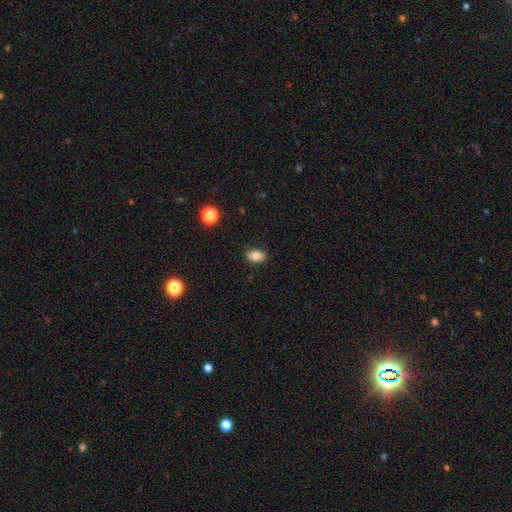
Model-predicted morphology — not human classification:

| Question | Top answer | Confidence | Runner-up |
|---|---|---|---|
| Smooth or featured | smooth | 79% | featured or disk (11%) |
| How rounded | in between | 85% | round (14%) |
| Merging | none | 85% | minor disturbance (12%) |